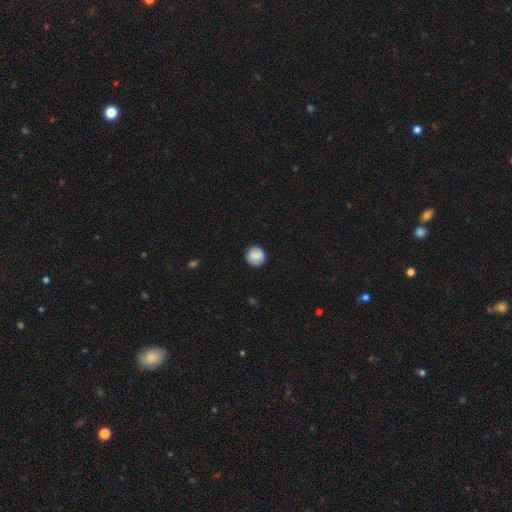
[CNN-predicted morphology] smooth-or-featured: smooth: 83% | featured or disk: 10% | star or artifact: 7%
  how-rounded: round: 93% | in between: 6% | cigar-shaped: 1%
  merging: none: 87% | minor disturbance: 9% | major disturbance: 2% | merger: 1%